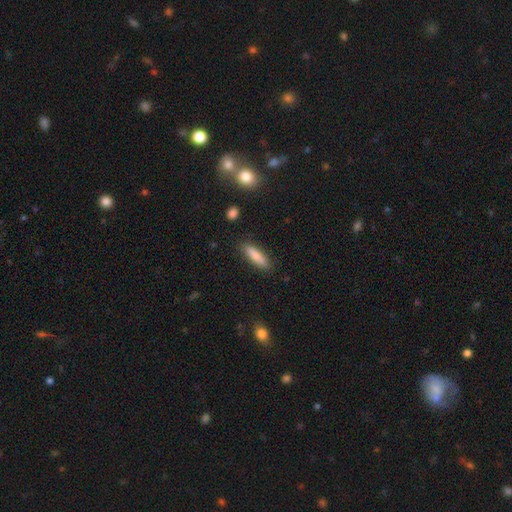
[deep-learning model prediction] Smooth or featured? smooth (80%)
How rounded? cigar-shaped (68%)
Merging? none (87%)